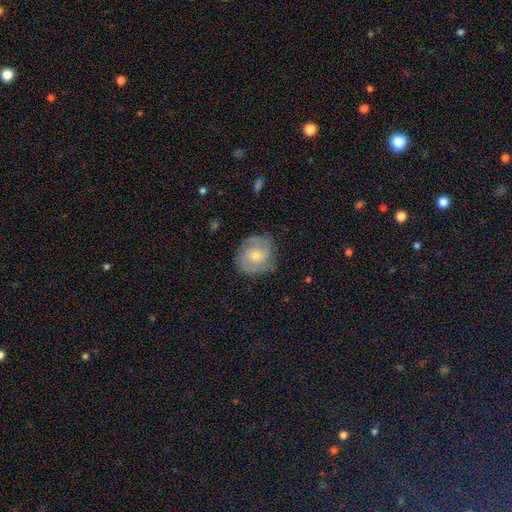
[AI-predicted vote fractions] Q: Smooth or featured?
A: featured or disk (66%); runner-up: smooth (26%)
Q: Edge-on disk?
A: no (97%); runner-up: yes (3%)
Q: Bar?
A: no (69%); runner-up: weak (26%)
Q: Spiral arms?
A: yes (88%); runner-up: no (12%)
Q: Spiral winding?
A: tight (58%); runner-up: medium (33%)
Q: Spiral arm count?
A: 2 (35%); runner-up: can't tell (32%)
Q: Bulge size?
A: moderate (51%); runner-up: small (45%)
Q: Merging?
A: none (74%); runner-up: minor disturbance (19%)